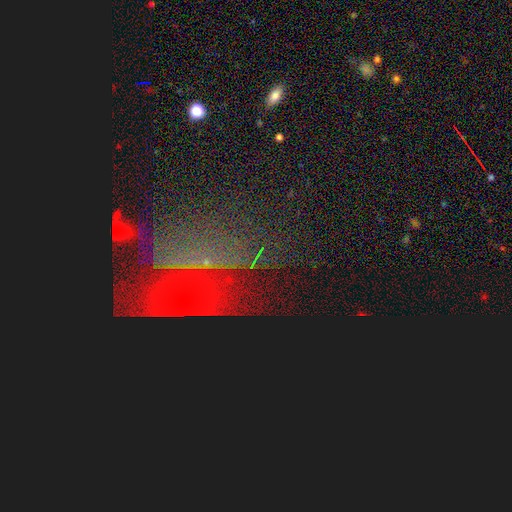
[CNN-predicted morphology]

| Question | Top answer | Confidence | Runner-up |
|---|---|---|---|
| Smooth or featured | star or artifact | 51% | featured or disk (31%) |